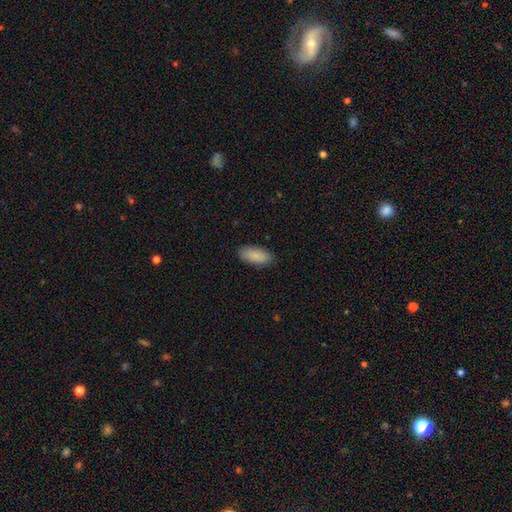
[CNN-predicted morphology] The model was most divided on "merging": none: 86%, minor disturbance: 11%, major disturbance: 2%, merger: 1%. More confident: how rounded — in between (89%); smooth or featured — smooth (89%).